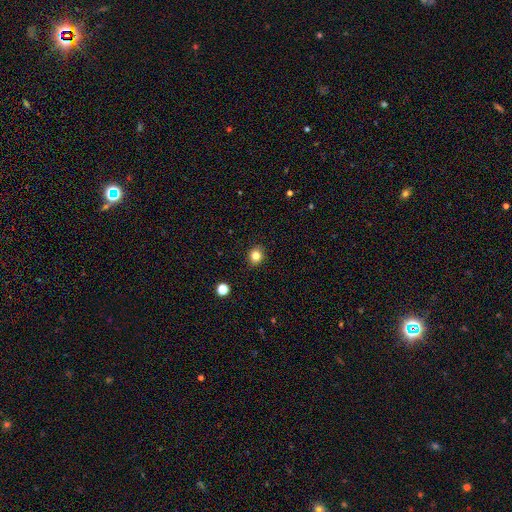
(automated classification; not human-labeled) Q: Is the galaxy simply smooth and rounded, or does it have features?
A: smooth — 82%.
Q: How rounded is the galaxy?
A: round — 79%.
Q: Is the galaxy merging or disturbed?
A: none — 90%.